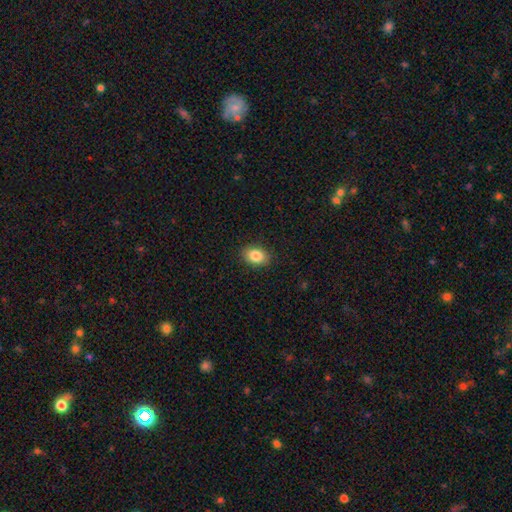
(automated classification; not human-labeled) Morphology: type=smooth (86%); roundness=in between (81%); merging=none (89%).